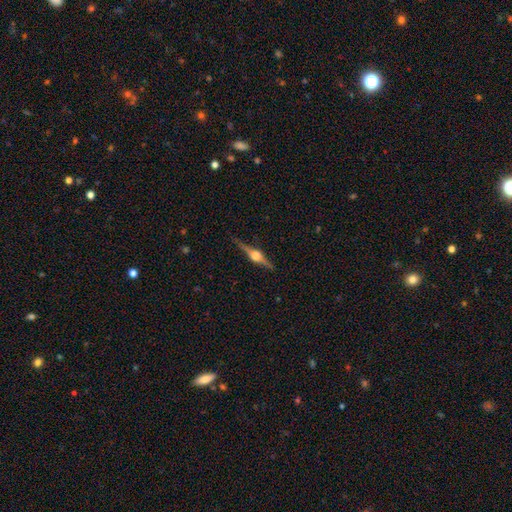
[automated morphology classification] This is clearly a featured or disk galaxy (85%). It is clearly viewed edge-on (98%). Edge-on bulge: clearly rounded (94%). Merging: clearly none (88%).